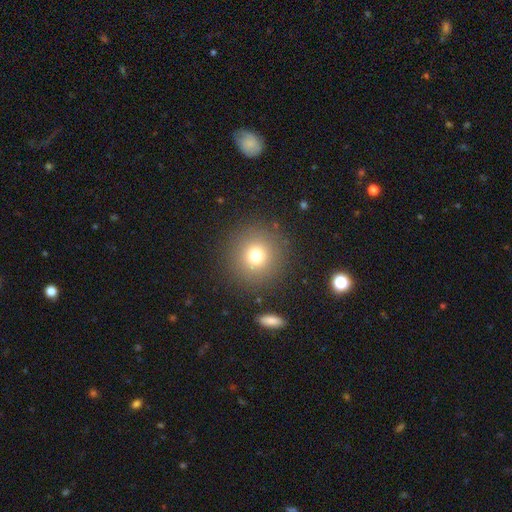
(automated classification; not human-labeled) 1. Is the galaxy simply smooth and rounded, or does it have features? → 74% smooth, 16% star or artifact, 11% featured or disk.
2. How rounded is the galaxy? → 94% round, 5% in between, 1% cigar-shaped.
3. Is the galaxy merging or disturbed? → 88% none, 6% minor disturbance, 3% major disturbance, 2% merger.